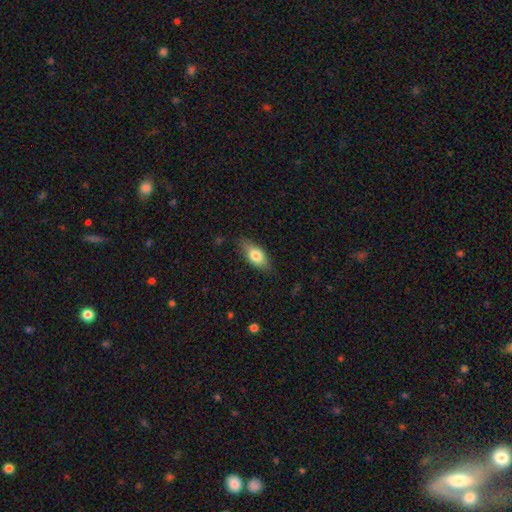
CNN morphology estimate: Q: Smooth or featured?
A: smooth (76%); runner-up: featured or disk (17%)
Q: How rounded?
A: in between (85%); runner-up: cigar-shaped (11%)
Q: Merging?
A: none (80%); runner-up: minor disturbance (16%)